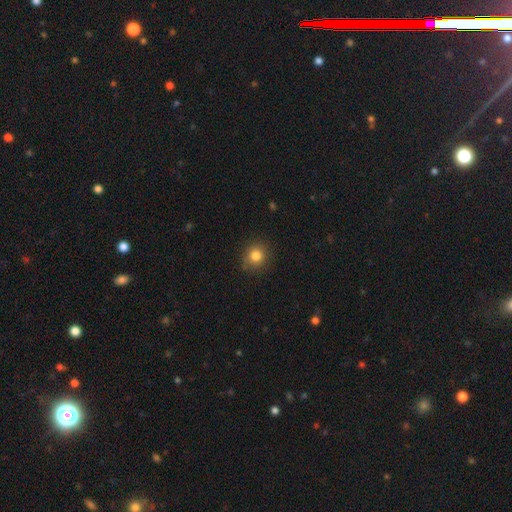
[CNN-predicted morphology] smooth_or_featured: smooth (p=0.82) [alt: star or artifact p=0.12]
how_rounded: round (p=0.89) [alt: in between p=0.10]
merging: none (p=0.88) [alt: minor disturbance p=0.09]